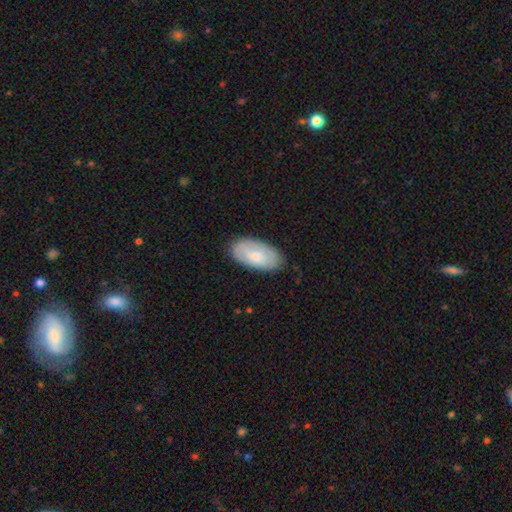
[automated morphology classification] smooth_or_featured: smooth (p=0.61) [alt: featured or disk p=0.33]
how_rounded: in between (p=0.94) [alt: cigar-shaped p=0.03]
merging: none (p=0.80) [alt: minor disturbance p=0.16]